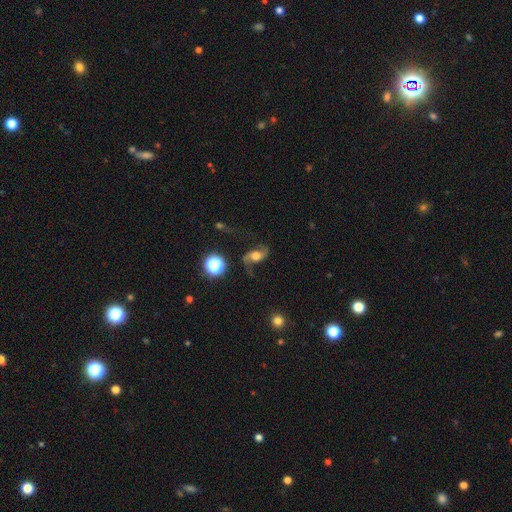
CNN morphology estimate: Smooth or featured?
  - featured or disk: 78% *
  - smooth: 12%
  - star or artifact: 9%
Edge-on disk?
  - no: 95% *
  - yes: 5%
Bar?
  - no: 55% *
  - weak: 33%
  - strong: 12%
Spiral arms?
  - yes: 95% *
  - no: 5%
Spiral winding?
  - loose: 78% *
  - medium: 18%
  - tight: 4%
Spiral arm count?
  - 2: 93% *
  - 1: 2%
  - can't tell: 2%
  - 3: 1%
  - 4: 1%
  - more than 4: 1%
Bulge size?
  - moderate: 44% *
  - large: 35%
  - small: 10%
  - dominant: 6%
  - none: 5%
Merging?
  - none: 71% *
  - minor disturbance: 14%
  - major disturbance: 12%
  - merger: 3%